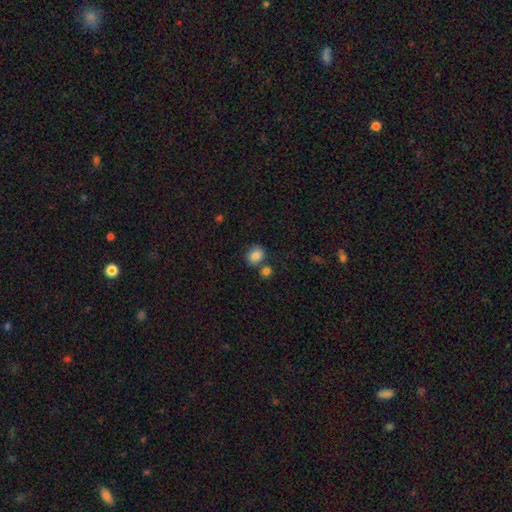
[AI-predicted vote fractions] The model was most divided on "how rounded": round: 65%, in between: 34%, cigar-shaped: 1%. More confident: smooth or featured — smooth (84%); merging — none (63%).